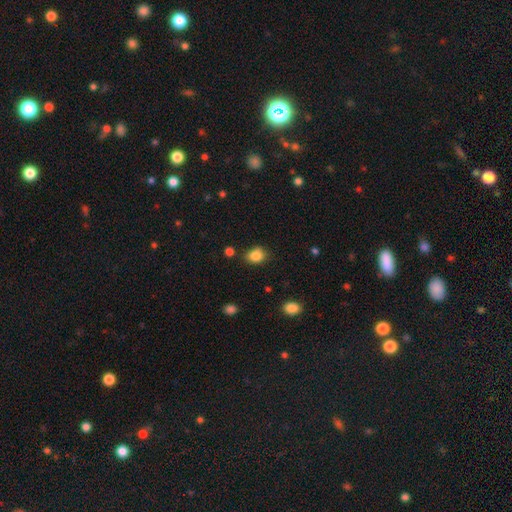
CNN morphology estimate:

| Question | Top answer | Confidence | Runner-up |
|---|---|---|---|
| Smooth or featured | smooth | 85% | star or artifact (10%) |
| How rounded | in between | 52% | round (47%) |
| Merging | none | 74% | minor disturbance (18%) |